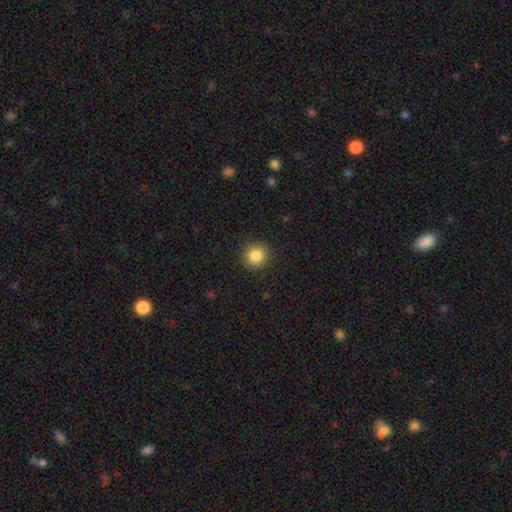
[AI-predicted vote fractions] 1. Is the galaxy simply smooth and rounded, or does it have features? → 86% smooth, 10% star or artifact, 4% featured or disk.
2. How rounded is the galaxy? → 90% round, 9% in between, 1% cigar-shaped.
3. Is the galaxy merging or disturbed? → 90% none, 7% minor disturbance, 2% major disturbance, 1% merger.